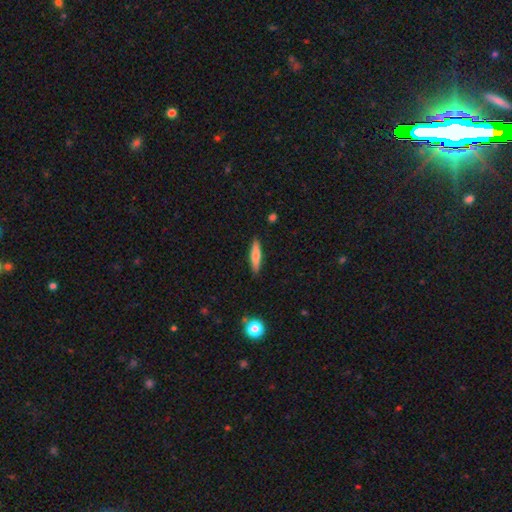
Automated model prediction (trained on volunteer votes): smooth_or_featured: smooth (p=0.70) [alt: featured or disk p=0.24]
how_rounded: cigar-shaped (p=0.79) [alt: in between p=0.19]
merging: none (p=0.88) [alt: minor disturbance p=0.08]